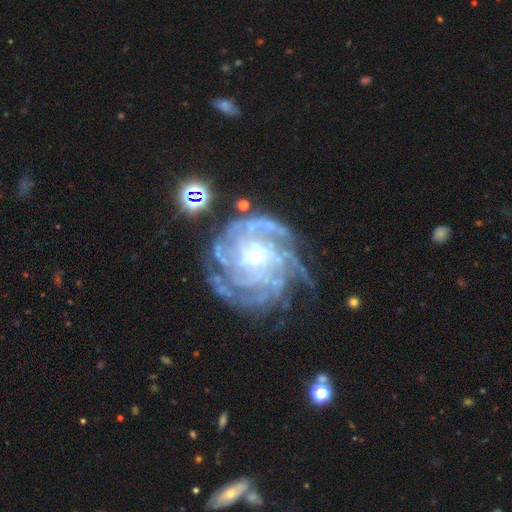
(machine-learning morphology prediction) Q: Smooth or featured?
A: featured or disk (89%); runner-up: star or artifact (6%)
Q: Edge-on disk?
A: no (98%); runner-up: yes (2%)
Q: Bar?
A: no (69%); runner-up: weak (23%)
Q: Spiral arms?
A: yes (97%); runner-up: no (3%)
Q: Spiral winding?
A: tight (70%); runner-up: medium (25%)
Q: Spiral arm count?
A: 4 (25%); runner-up: can't tell (24%)
Q: Bulge size?
A: small (76%); runner-up: moderate (17%)
Q: Merging?
A: none (66%); runner-up: minor disturbance (19%)